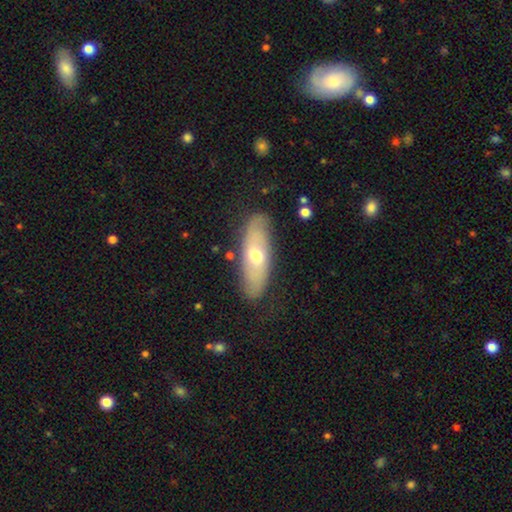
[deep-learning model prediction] Smooth or featured? smooth (51%)
How rounded? in between (62%)
Merging? none (79%)